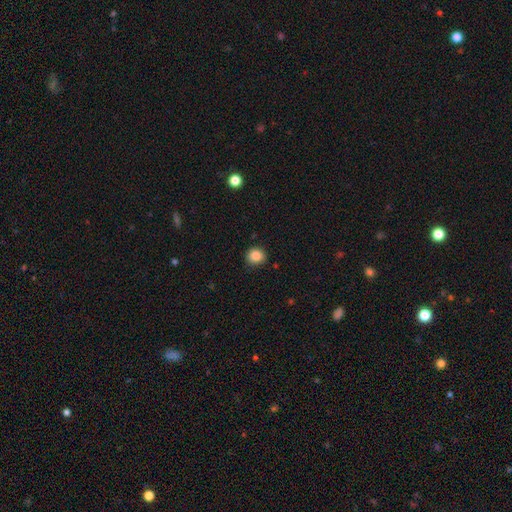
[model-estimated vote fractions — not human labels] Smooth or featured? smooth (85%)
How rounded? round (88%)
Merging? none (88%)